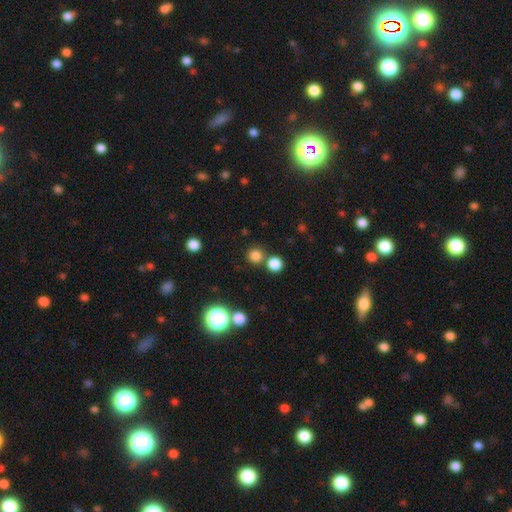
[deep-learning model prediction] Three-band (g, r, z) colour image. It shows a smooth galaxy with no disk features (78%) that is round (92%). Merging: none (73%).